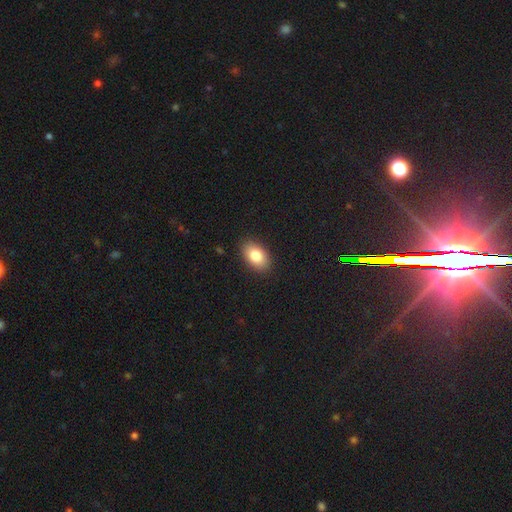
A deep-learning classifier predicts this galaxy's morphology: type=smooth (83%); roundness=in between (90%); merging=none (89%).